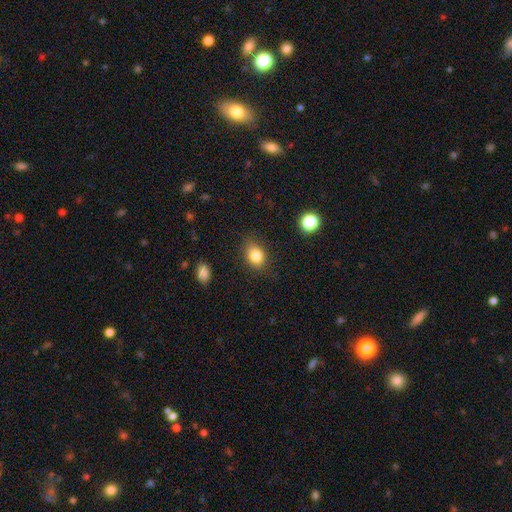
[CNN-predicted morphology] A smooth galaxy with no disk features (83%) that is in between round and cigar-shaped (62%). Merging: none (81%).